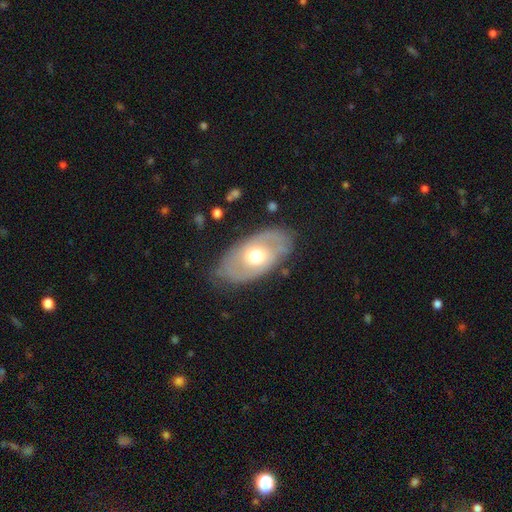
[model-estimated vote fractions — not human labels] A featured or disk galaxy (57%) with no bar (79%), no spiral arms (55%) and a moderate central bulge (70%).

Vote fractions:
- Smooth or featured? featured or disk: 57% / smooth: 37% / star or artifact: 6%
- Edge-on disk? no: 89% / yes: 11%
- Bar? no: 79% / weak: 17% / strong: 4%
- Spiral arms? no: 55% / yes: 45%
- Bulge size? moderate: 70% / large: 18% / small: 10% / dominant: 1% / none: 1%
- Merging? none: 74% / minor disturbance: 18% / major disturbance: 6% / merger: 2%